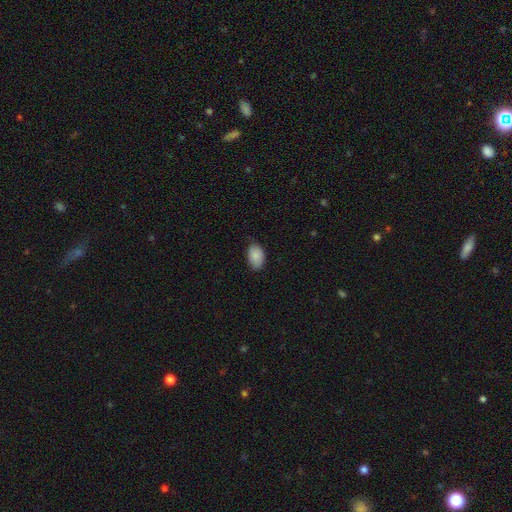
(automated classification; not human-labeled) Overall: smooth (88%). How rounded: in between (89%). Merging: none (75%).